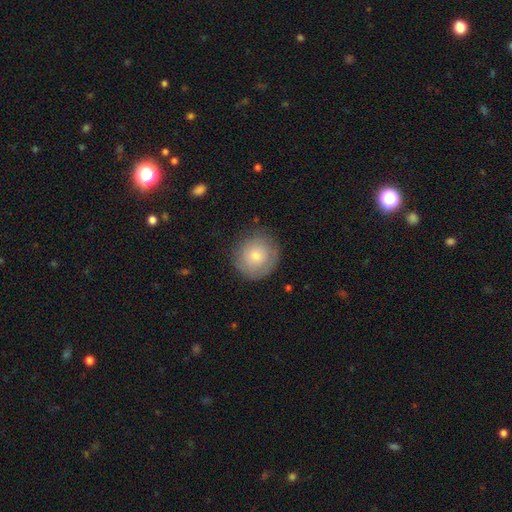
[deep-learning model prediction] smooth_or_featured: smooth (p=0.68) [alt: featured or disk p=0.24]
how_rounded: round (p=0.92) [alt: in between p=0.07]
merging: none (p=0.79) [alt: minor disturbance p=0.15]